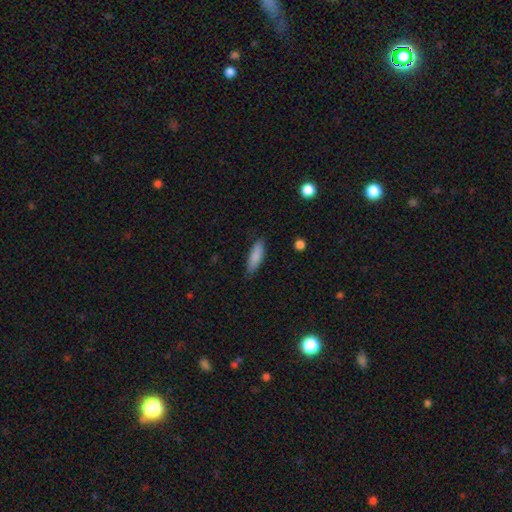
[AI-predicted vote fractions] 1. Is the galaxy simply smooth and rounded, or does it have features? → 85% smooth, 8% featured or disk, 6% star or artifact.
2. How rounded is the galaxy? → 53% cigar-shaped, 46% in between, 2% round.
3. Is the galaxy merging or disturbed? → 80% none, 16% minor disturbance, 3% major disturbance, 1% merger.